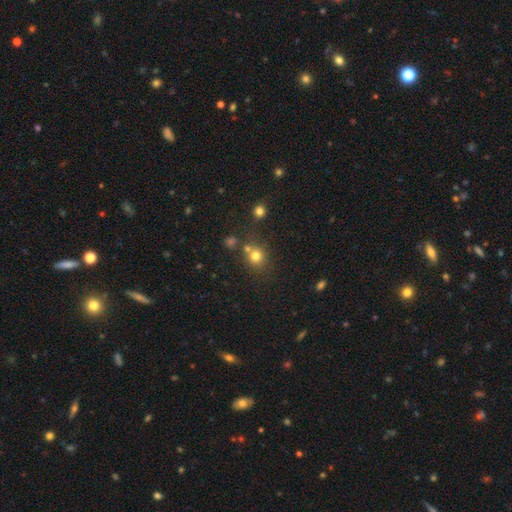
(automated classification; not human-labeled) smooth-or-featured: smooth: 76% | star or artifact: 16% | featured or disk: 8%
  how-rounded: round: 84% | in between: 15% | cigar-shaped: 1%
  merging: none: 64% | merger: 21% | minor disturbance: 10% | major disturbance: 4%